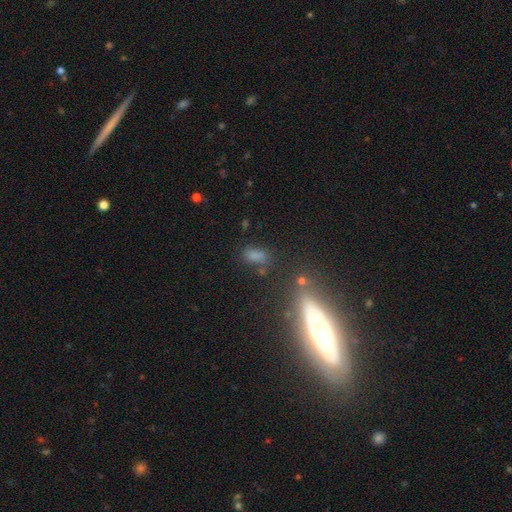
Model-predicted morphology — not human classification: Smooth or featured?
  - smooth: 73% *
  - star or artifact: 19%
  - featured or disk: 8%
How rounded?
  - in between: 84% *
  - round: 9%
  - cigar-shaped: 8%
Merging?
  - none: 62% *
  - minor disturbance: 19%
  - merger: 10%
  - major disturbance: 9%